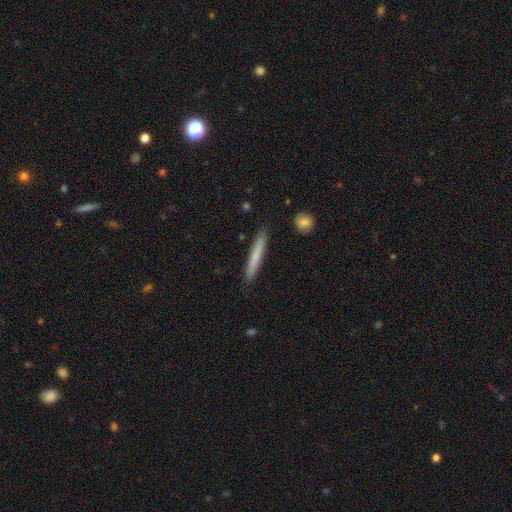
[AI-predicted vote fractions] The model was most divided on "smooth or featured": smooth: 74%, featured or disk: 21%, star or artifact: 6%. More confident: how rounded — cigar-shaped (96%); merging — none (90%).